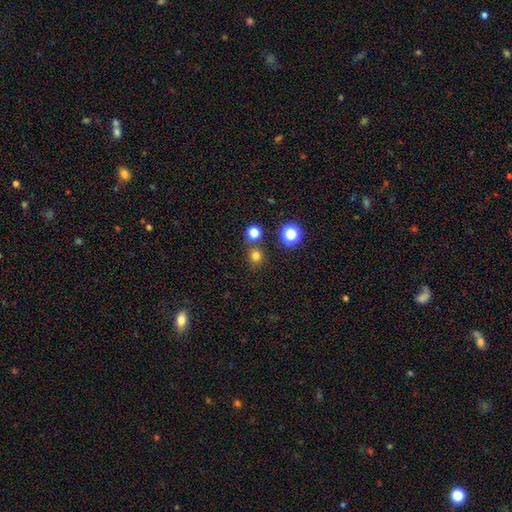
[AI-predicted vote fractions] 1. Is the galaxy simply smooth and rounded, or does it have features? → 75% smooth, 20% star or artifact, 5% featured or disk.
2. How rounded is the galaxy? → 88% round, 11% in between, 1% cigar-shaped.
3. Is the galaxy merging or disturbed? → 76% none, 14% merger, 8% minor disturbance, 3% major disturbance.